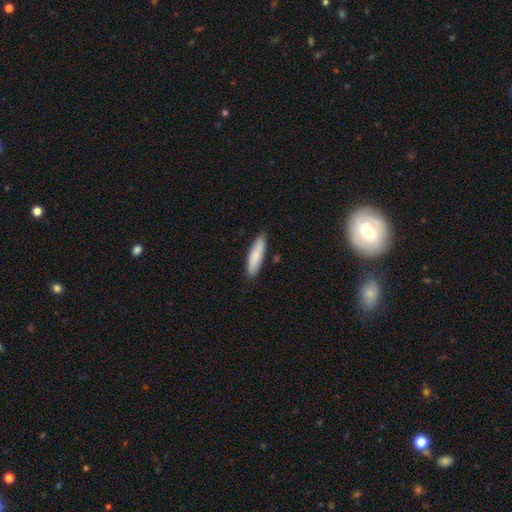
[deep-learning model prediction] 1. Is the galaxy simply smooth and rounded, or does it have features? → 81% smooth, 13% featured or disk, 6% star or artifact.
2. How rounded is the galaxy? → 72% cigar-shaped, 26% in between, 1% round.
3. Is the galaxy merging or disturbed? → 87% none, 10% minor disturbance, 2% major disturbance, 1% merger.